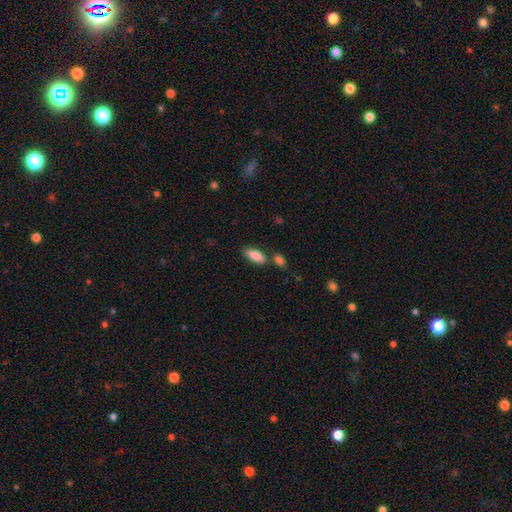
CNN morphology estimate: This appears to be a smooth galaxy with no disk features (87%) that is in between round and cigar-shaped (83%). Merging: none (65%).